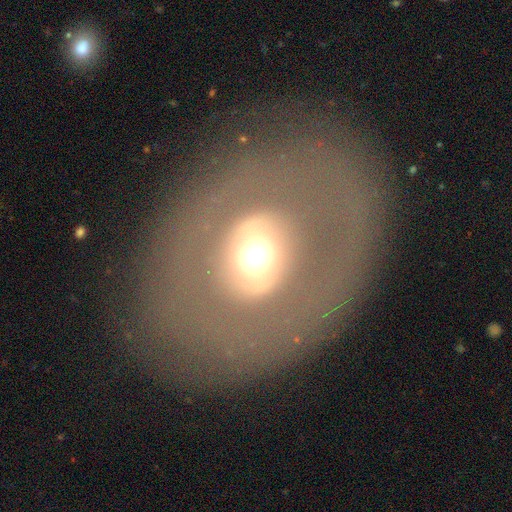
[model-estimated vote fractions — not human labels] Morphology: type=featured or disk (49%); merging=none (75%).